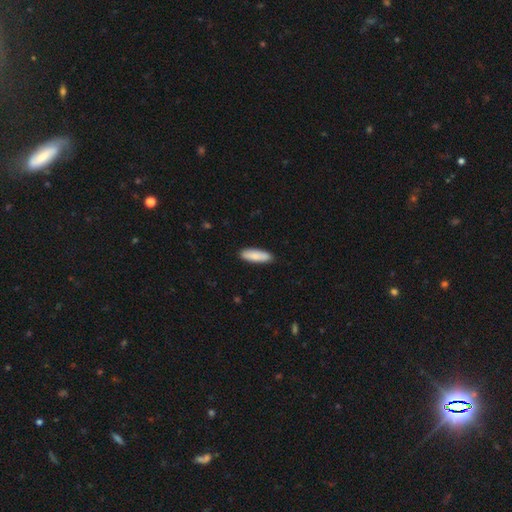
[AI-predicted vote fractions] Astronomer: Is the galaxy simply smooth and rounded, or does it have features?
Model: smooth — 86%.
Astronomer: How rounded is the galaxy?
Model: in between — 51% (runner-up: cigar-shaped, 48%).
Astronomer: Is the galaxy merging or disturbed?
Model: none — 89%.